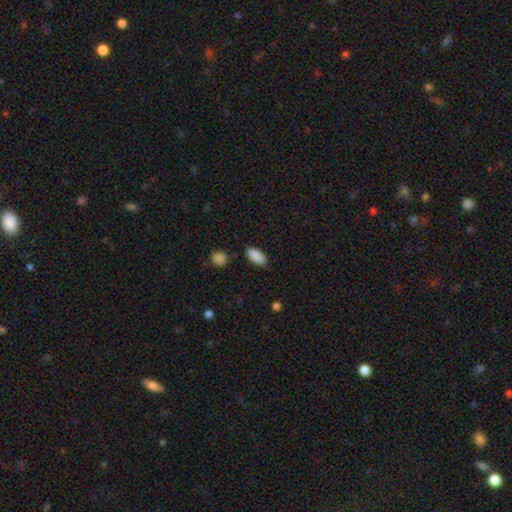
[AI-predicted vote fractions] Smooth or featured: smooth — 89% (star or artifact — 7%)
How rounded: in between — 92% (cigar-shaped — 5%)
Merging: none — 84% (minor disturbance — 11%)